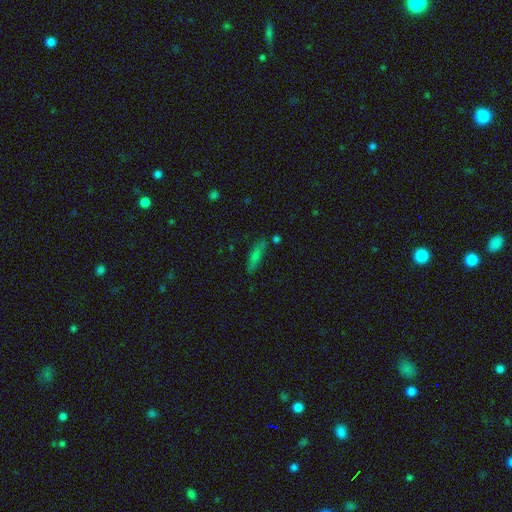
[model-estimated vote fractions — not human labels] smooth-or-featured: smooth: 71% | featured or disk: 18% | star or artifact: 11%
  how-rounded: cigar-shaped: 70% | in between: 27% | round: 3%
  merging: none: 75% | minor disturbance: 15% | merger: 5% | major disturbance: 4%